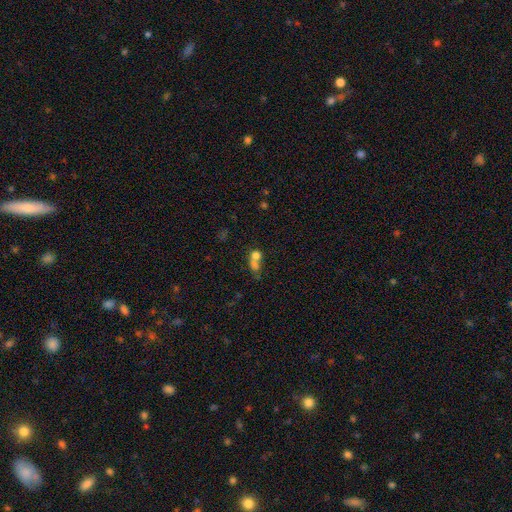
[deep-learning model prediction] This appears to be a smooth galaxy with no disk features (70%) that is round (62%). Merging: merger (66%).